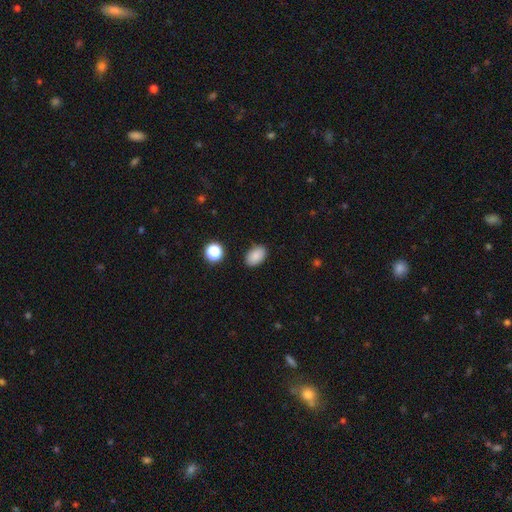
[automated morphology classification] Smooth or featured: smooth — 86% (star or artifact — 10%)
How rounded: in between — 88% (round — 10%)
Merging: none — 85% (minor disturbance — 11%)